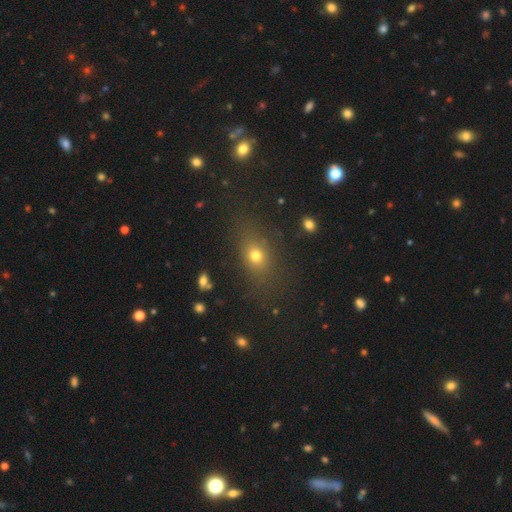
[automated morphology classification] smooth_or_featured: smooth (p=0.70) [alt: star or artifact p=0.18]
how_rounded: in between (p=0.58) [alt: round p=0.38]
merging: none (p=0.78) [alt: minor disturbance p=0.13]